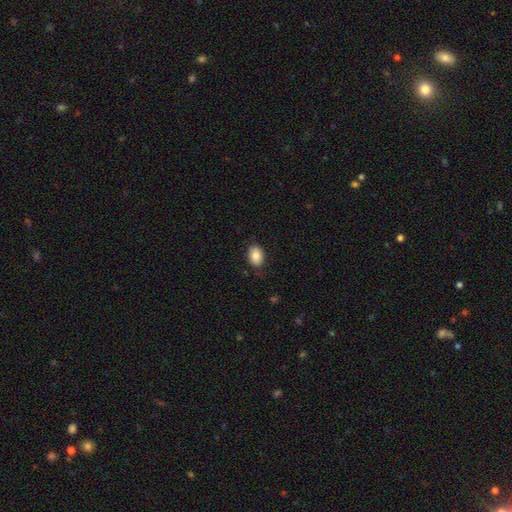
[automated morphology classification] Smooth or featured?
  - smooth: 85% *
  - star or artifact: 8%
  - featured or disk: 7%
How rounded?
  - in between: 75% *
  - round: 24%
  - cigar-shaped: 1%
Merging?
  - none: 82% *
  - minor disturbance: 14%
  - major disturbance: 3%
  - merger: 1%